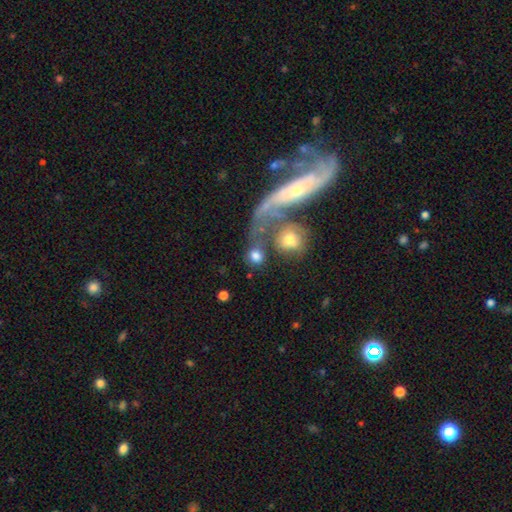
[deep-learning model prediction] Smooth or featured? smooth (73%)
How rounded? round (74%)
Merging? none (39%)